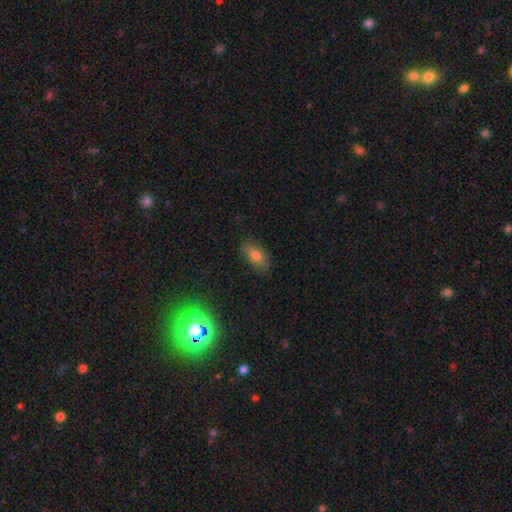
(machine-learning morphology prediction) Overall: smooth (77%). How rounded: in between (89%). Merging: none (81%).